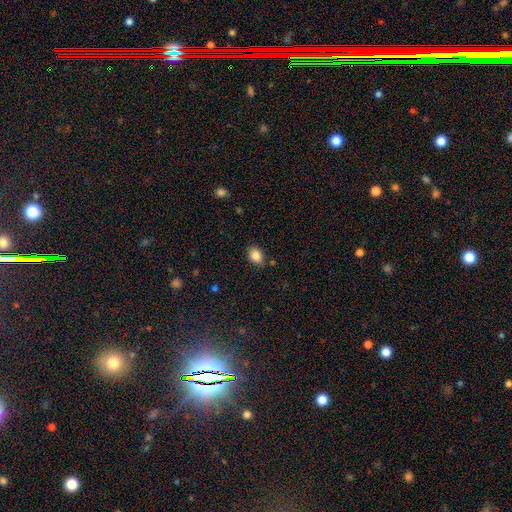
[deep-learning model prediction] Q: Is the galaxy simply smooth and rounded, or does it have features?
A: smooth — 86%.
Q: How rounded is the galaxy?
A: in between — 76%.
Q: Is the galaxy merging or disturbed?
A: none — 82%.